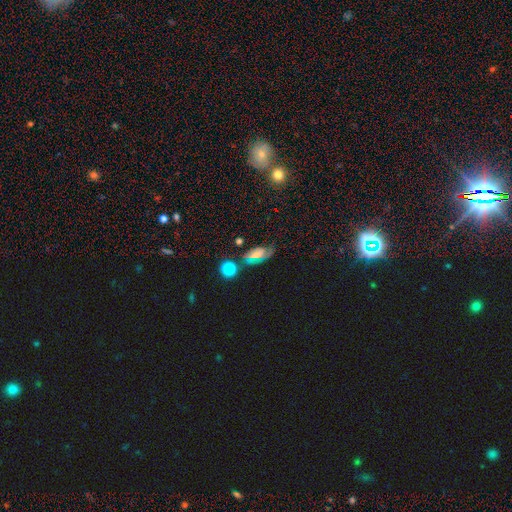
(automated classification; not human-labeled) Smooth or featured? Predicted: featured or disk (p=0.42). Merging? Predicted: none (p=0.59).